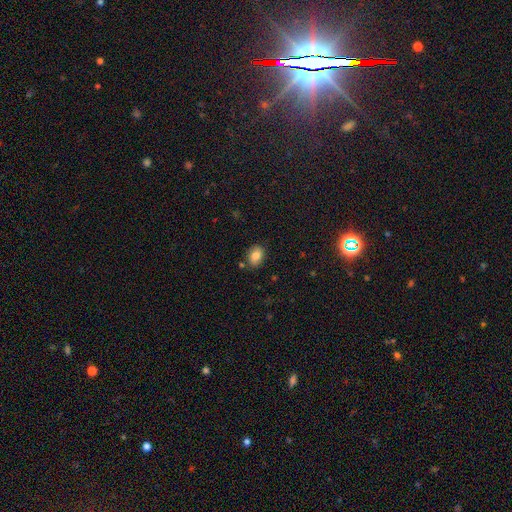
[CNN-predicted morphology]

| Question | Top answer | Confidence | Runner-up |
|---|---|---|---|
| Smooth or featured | smooth | 84% | star or artifact (9%) |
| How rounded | in between | 71% | round (28%) |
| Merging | none | 82% | minor disturbance (12%) |